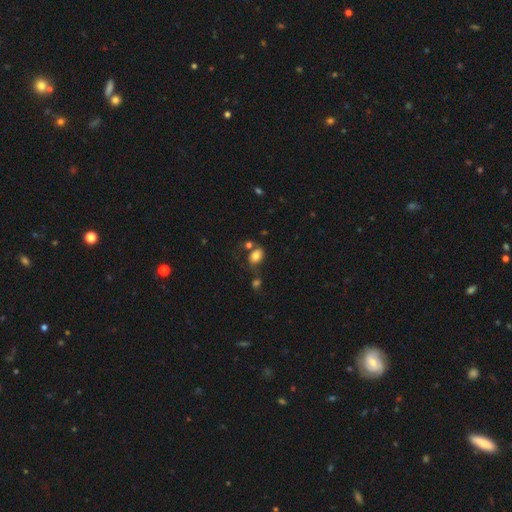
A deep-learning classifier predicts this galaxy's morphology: A smooth galaxy with no disk features (78%) that is in between round and cigar-shaped (79%). Merging: none (52%).